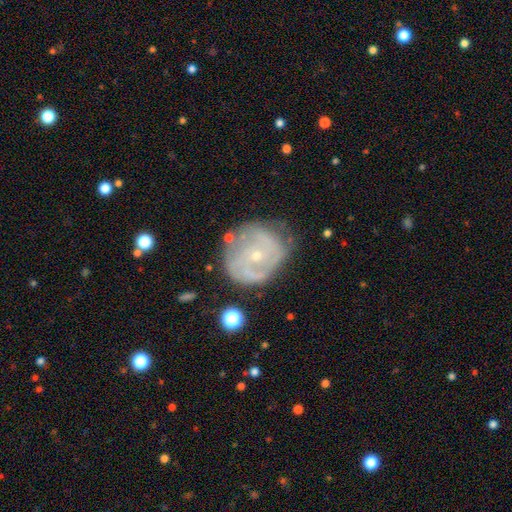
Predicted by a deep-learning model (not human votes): Smooth or featured?
  - featured or disk: 76% *
  - smooth: 17%
  - star or artifact: 7%
Edge-on disk?
  - no: 97% *
  - yes: 3%
Bar?
  - no: 71% *
  - weak: 24%
  - strong: 5%
Spiral arms?
  - yes: 83% *
  - no: 17%
Spiral winding?
  - tight: 58% *
  - medium: 31%
  - loose: 11%
Spiral arm count?
  - can't tell: 39% *
  - 2: 35%
  - 3: 13%
  - 1: 5%
  - 4: 4%
  - more than 4: 3%
Bulge size?
  - small: 74% *
  - moderate: 22%
  - none: 2%
  - large: 1%
  - dominant: 1%
Merging?
  - none: 63% *
  - minor disturbance: 24%
  - major disturbance: 10%
  - merger: 3%